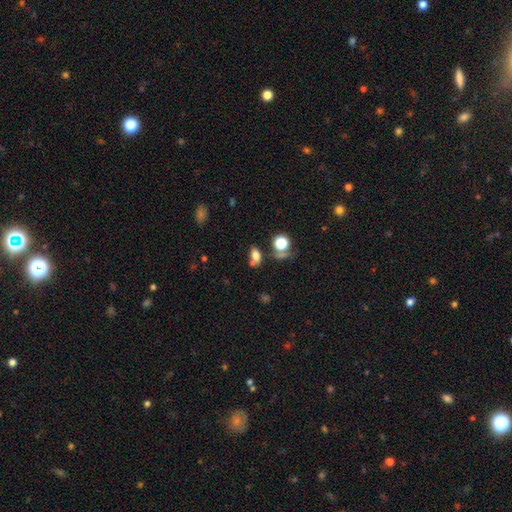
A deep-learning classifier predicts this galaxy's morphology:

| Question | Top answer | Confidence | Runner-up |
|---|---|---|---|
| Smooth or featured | smooth | 71% | star or artifact (16%) |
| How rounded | in between | 77% | round (18%) |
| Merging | none | 56% | merger (25%) |